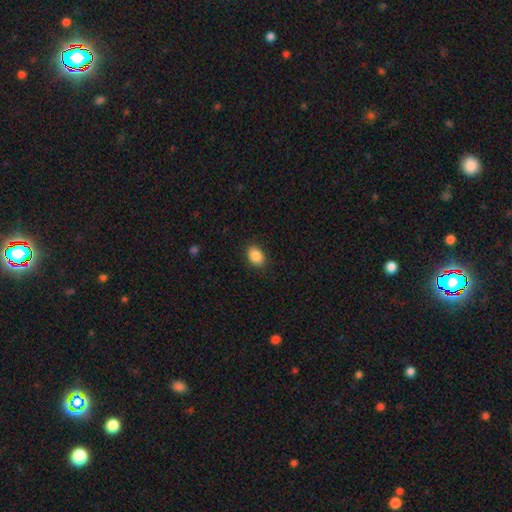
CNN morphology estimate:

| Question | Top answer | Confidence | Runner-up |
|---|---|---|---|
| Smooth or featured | smooth | 88% | star or artifact (8%) |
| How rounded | in between | 80% | round (19%) |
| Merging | none | 88% | minor disturbance (9%) |